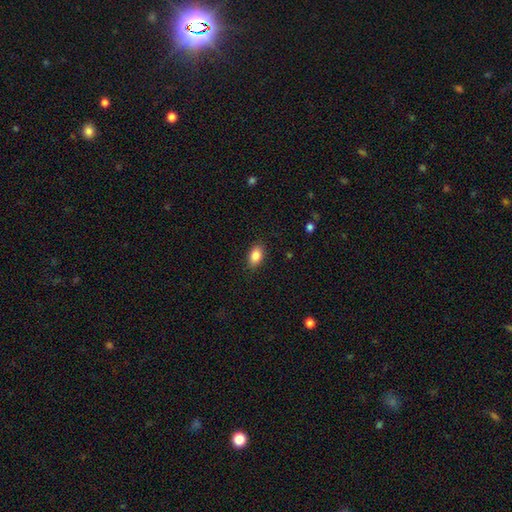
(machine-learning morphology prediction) smooth_or_featured: smooth (p=0.85) [alt: star or artifact p=0.08]
how_rounded: in between (p=0.88) [alt: round p=0.10]
merging: none (p=0.87) [alt: minor disturbance p=0.10]